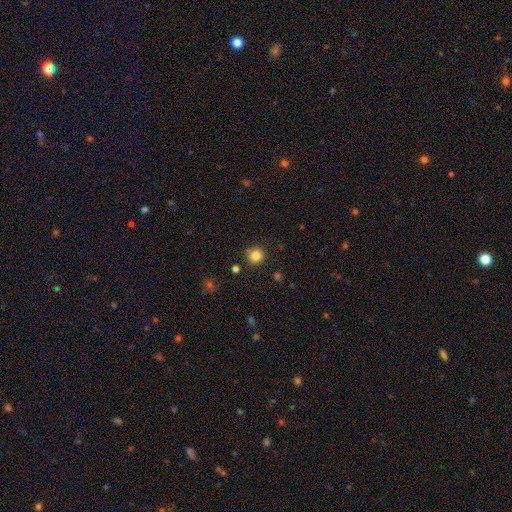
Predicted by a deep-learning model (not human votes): Overall: smooth (83%). How rounded: round (93%). Merging: none (89%).